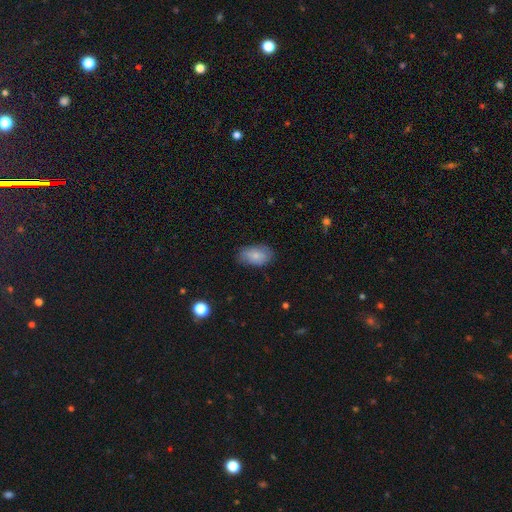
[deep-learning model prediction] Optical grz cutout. It shows a smooth galaxy with no disk features (80%) that is in between round and cigar-shaped (92%). Merging: none (73%).